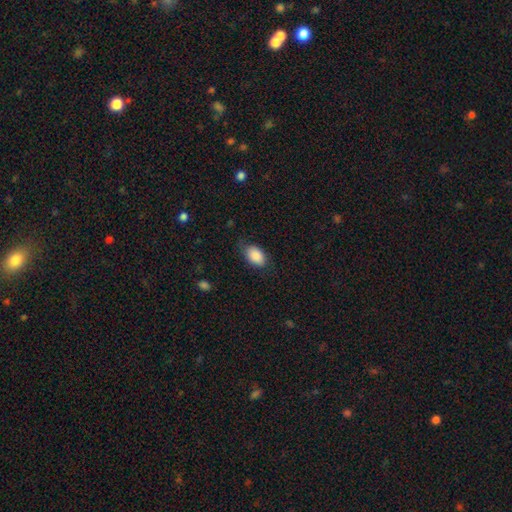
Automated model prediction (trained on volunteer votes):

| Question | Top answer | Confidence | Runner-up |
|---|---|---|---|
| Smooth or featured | smooth | 88% | star or artifact (7%) |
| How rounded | in between | 90% | round (9%) |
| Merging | none | 74% | minor disturbance (19%) |